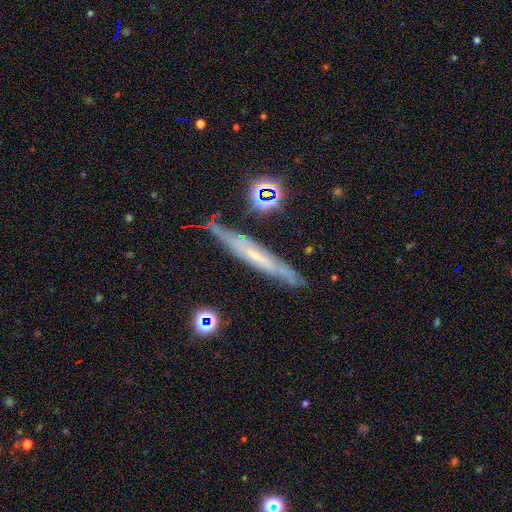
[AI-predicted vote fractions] Smooth or featured?
  - featured or disk: 63% *
  - smooth: 25%
  - star or artifact: 12%
Edge-on disk?
  - yes: 78% *
  - no: 22%
Merging?
  - none: 77% *
  - minor disturbance: 16%
  - major disturbance: 4%
  - merger: 3%